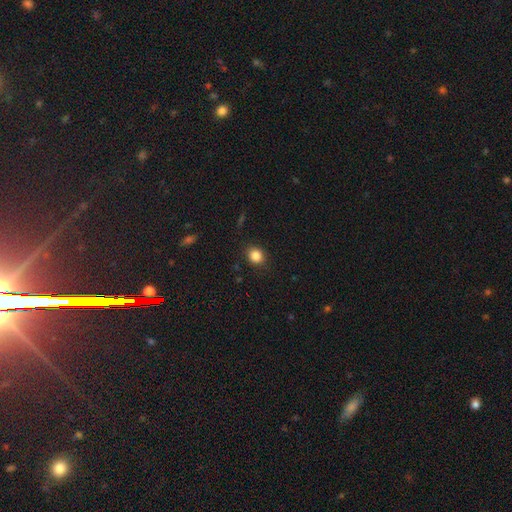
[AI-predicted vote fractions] This appears to be a smooth galaxy with no disk features (85%) that is round (71%). Merging: none (88%).